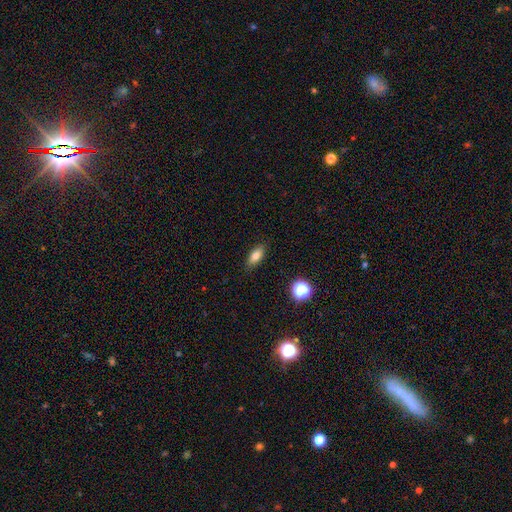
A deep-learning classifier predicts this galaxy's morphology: Overall: smooth (79%). How rounded: in between (78%). Merging: none (87%).